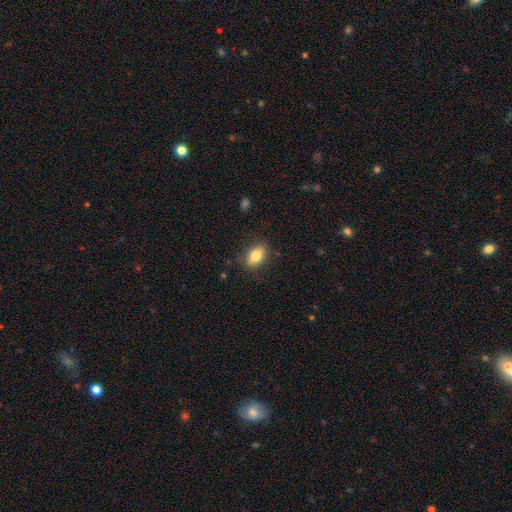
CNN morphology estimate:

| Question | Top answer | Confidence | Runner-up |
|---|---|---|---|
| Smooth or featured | smooth | 80% | featured or disk (12%) |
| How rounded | in between | 83% | round (14%) |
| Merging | none | 81% | minor disturbance (14%) |